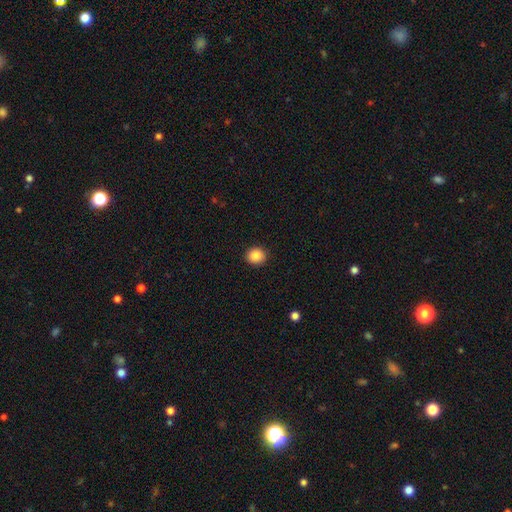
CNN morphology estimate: Smooth or featured: smooth — 88% (star or artifact — 9%)
How rounded: round — 81% (in between — 18%)
Merging: none — 91% (minor disturbance — 6%)